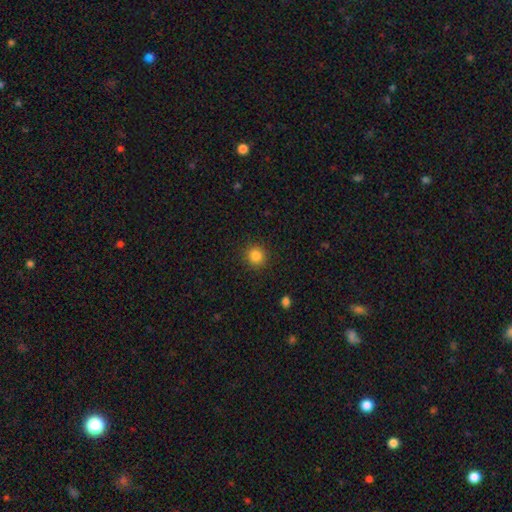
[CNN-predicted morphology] The model was most divided on "smooth or featured": smooth: 84%, star or artifact: 12%, featured or disk: 4%. More confident: how rounded — round (92%); merging — none (91%).